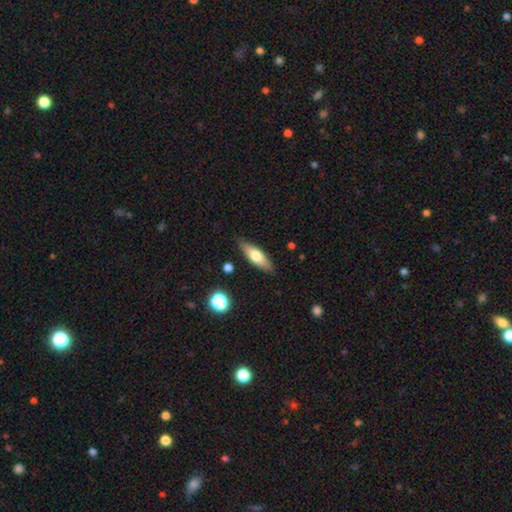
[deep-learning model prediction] smooth-or-featured: smooth: 62% | featured or disk: 31% | star or artifact: 7%
  how-rounded: in between: 53% | cigar-shaped: 45% | round: 3%
  merging: none: 86% | minor disturbance: 10% | major disturbance: 2% | merger: 2%